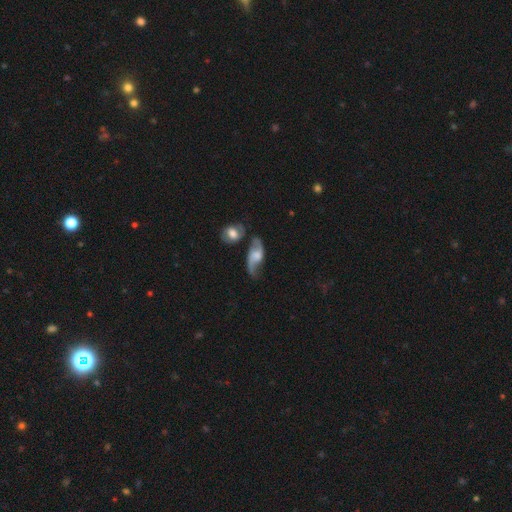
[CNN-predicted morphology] Smooth or featured: featured or disk — 77% (smooth — 16%)
Edge-on disk: no — 93% (yes — 7%)
Bar: no — 55% (weak — 37%)
Spiral arms: yes — 93% (no — 7%)
Spiral winding: loose — 75% (medium — 20%)
Spiral arm count: 2 — 88% (1 — 6%)
Bulge size: moderate — 35% (small — 25%)
Merging: none — 52% (minor disturbance — 21%)